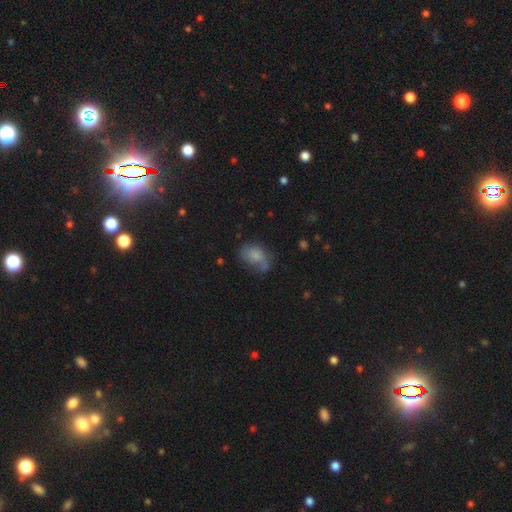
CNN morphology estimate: A smooth galaxy with no disk features (69%) that is in between round and cigar-shaped (82%).

Vote fractions:
- Smooth or featured? smooth: 69% / featured or disk: 20% / star or artifact: 11%
- How rounded? in between: 82% / round: 17% / cigar-shaped: 2%
- Merging? none: 42% / minor disturbance: 30% / major disturbance: 19% / merger: 8%